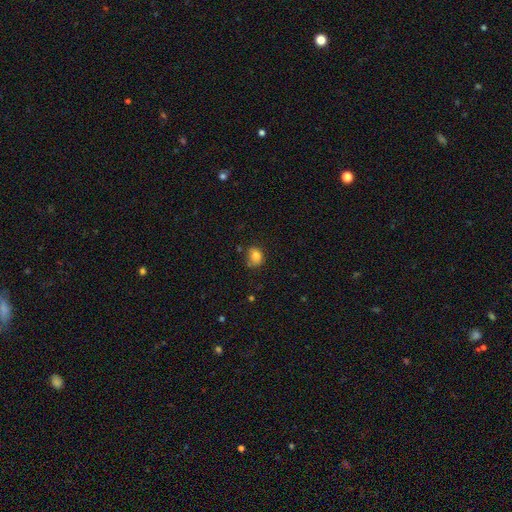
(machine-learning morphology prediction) Smooth or featured: smooth — 80% (star or artifact — 11%)
How rounded: round — 58% (in between — 41%)
Merging: none — 62% (minor disturbance — 26%)